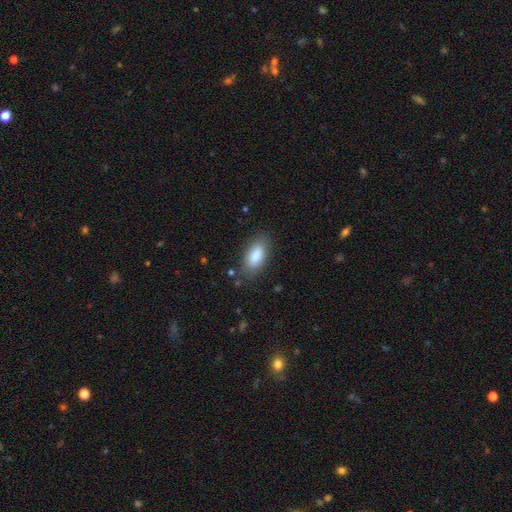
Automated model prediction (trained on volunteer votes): smooth-or-featured: smooth: 86% | featured or disk: 7% | star or artifact: 7%
  how-rounded: in between: 88% | cigar-shaped: 10% | round: 3%
  merging: none: 83% | minor disturbance: 12% | major disturbance: 3% | merger: 2%